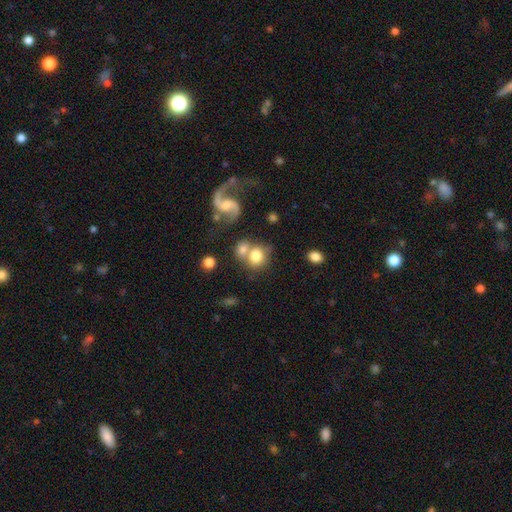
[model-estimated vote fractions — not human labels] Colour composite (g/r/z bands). It shows a smooth galaxy with no disk features (71%) that is round (75%). Merging: none (42%).